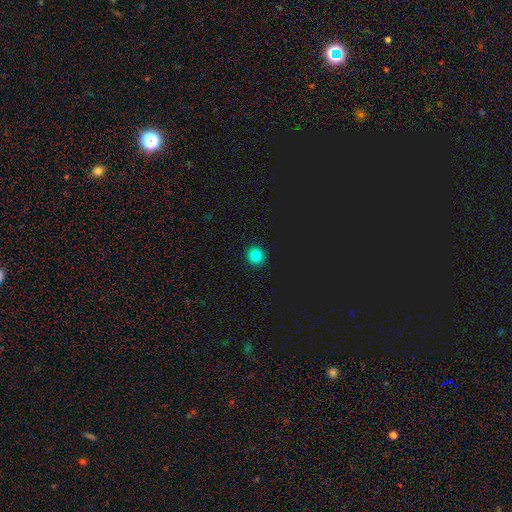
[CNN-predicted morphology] Overall: smooth (81%). How rounded: round (93%). Merging: none (92%).